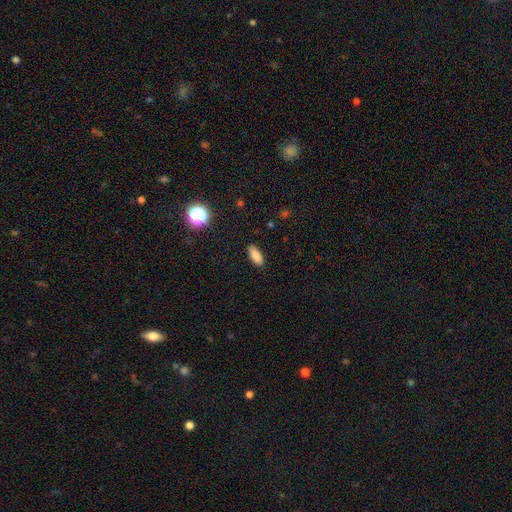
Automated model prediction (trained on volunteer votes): Q: Smooth or featured?
A: smooth (85%); runner-up: star or artifact (9%)
Q: How rounded?
A: in between (73%); runner-up: cigar-shaped (24%)
Q: Merging?
A: none (89%); runner-up: minor disturbance (8%)